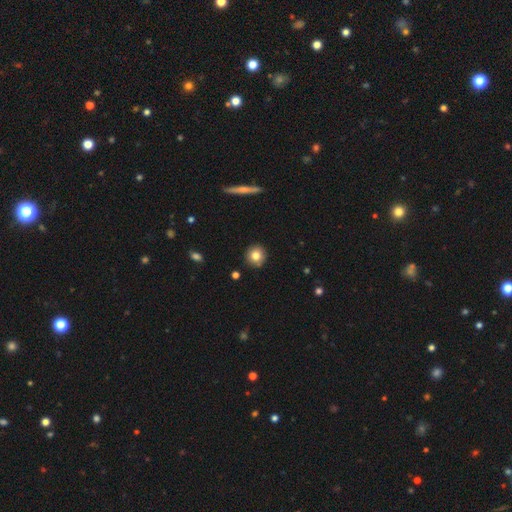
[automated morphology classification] This is clearly a smooth galaxy (80%). How rounded: clearly round (92%). Merging: clearly none (89%).